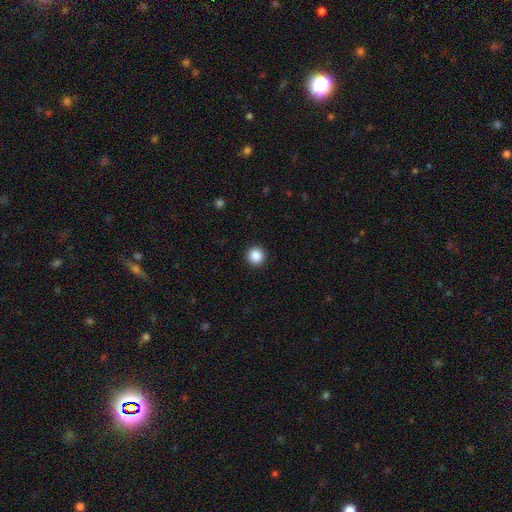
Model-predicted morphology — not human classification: smooth_or_featured: smooth (p=0.88) [alt: star or artifact p=0.10]
how_rounded: round (p=0.96) [alt: in between p=0.03]
merging: none (p=0.93) [alt: minor disturbance p=0.04]